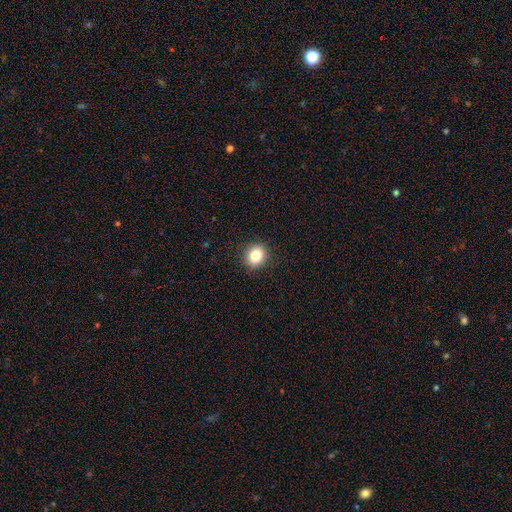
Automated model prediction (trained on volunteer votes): smooth_or_featured: smooth (p=0.83) [alt: star or artifact p=0.11]
how_rounded: round (p=0.75) [alt: in between p=0.24]
merging: none (p=0.91) [alt: minor disturbance p=0.06]